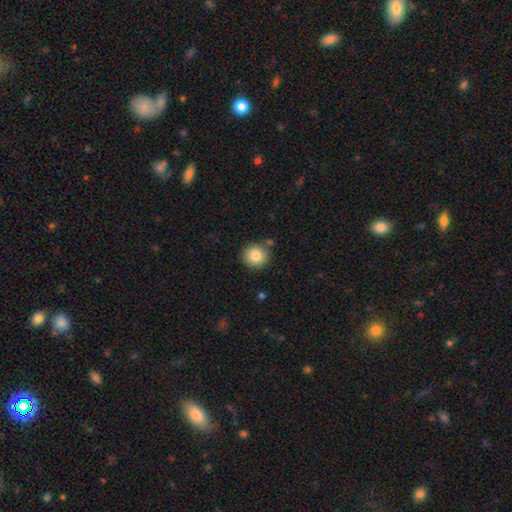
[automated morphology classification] Smooth or featured?
  - smooth: 83% *
  - star or artifact: 10%
  - featured or disk: 7%
How rounded?
  - round: 93% *
  - in between: 6%
  - cigar-shaped: 1%
Merging?
  - none: 84% *
  - minor disturbance: 9%
  - merger: 5%
  - major disturbance: 2%